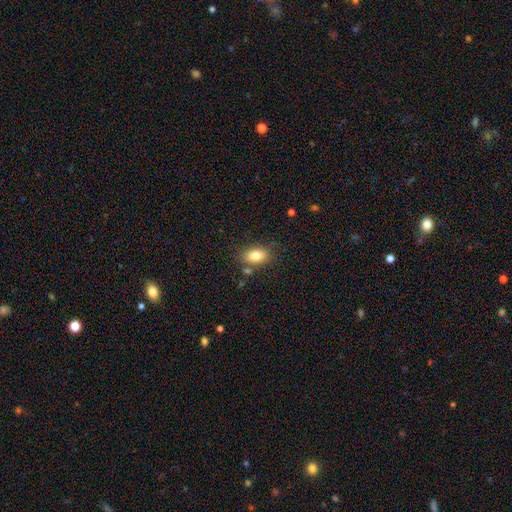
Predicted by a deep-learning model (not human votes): Smooth or featured? Predicted: smooth (p=0.81). How rounded? Predicted: in between (p=0.86). Merging? Predicted: none (p=0.75).